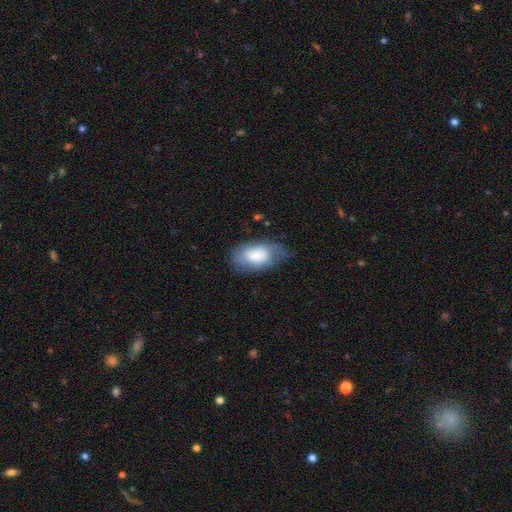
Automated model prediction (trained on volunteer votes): The model was most divided on "merging": none: 60%, minor disturbance: 26%, major disturbance: 12%, merger: 2%. More confident: how rounded — in between (91%); smooth or featured — smooth (69%).